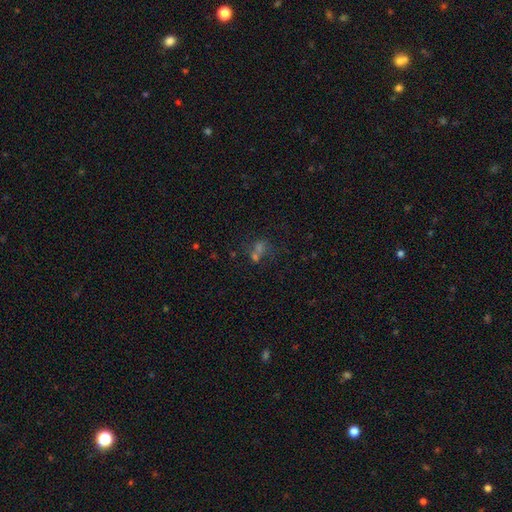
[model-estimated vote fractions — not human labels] smooth 43%, star or artifact 37%, featured or disk 20%. Down the decision tree: merging — merger (41%).